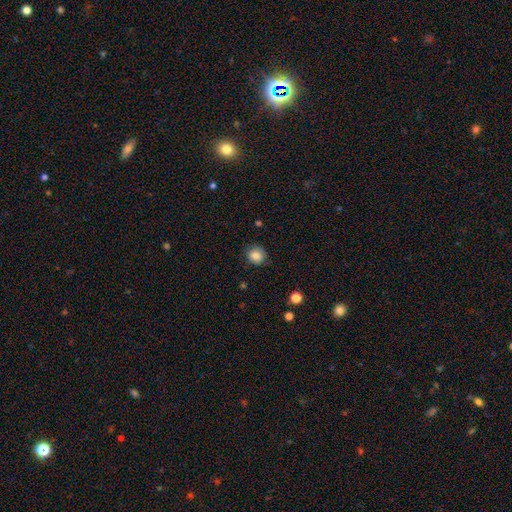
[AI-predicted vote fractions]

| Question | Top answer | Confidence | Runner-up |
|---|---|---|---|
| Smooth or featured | smooth | 83% | star or artifact (10%) |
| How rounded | round | 85% | in between (14%) |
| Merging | none | 84% | minor disturbance (12%) |